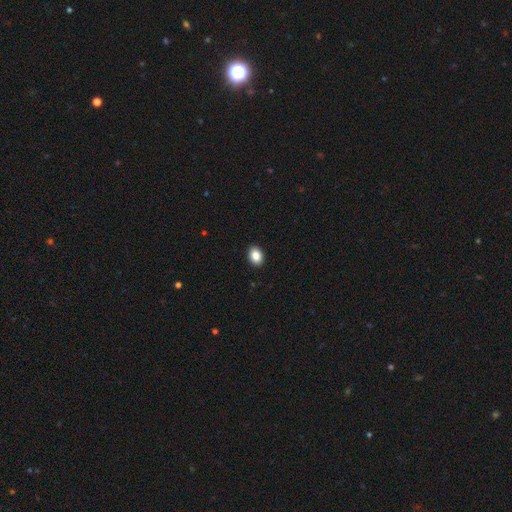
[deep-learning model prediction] smooth-or-featured: smooth: 87% | star or artifact: 9% | featured or disk: 4%
  how-rounded: in between: 69% | round: 30% | cigar-shaped: 1%
  merging: none: 91% | minor disturbance: 6% | major disturbance: 2% | merger: 1%